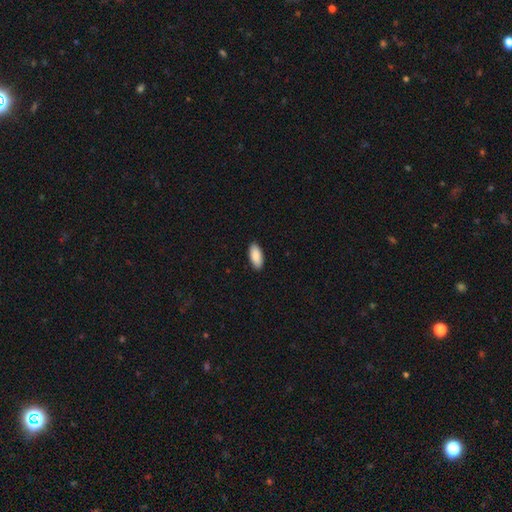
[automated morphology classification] A smooth galaxy with no disk features (89%) that is in between round and cigar-shaped (88%). Merging: none (90%).